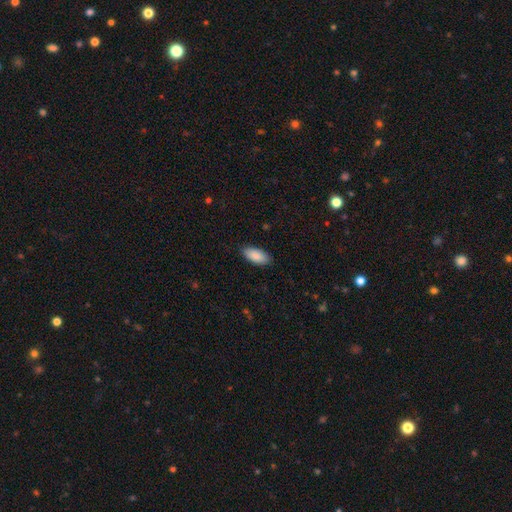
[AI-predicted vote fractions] Smooth or featured? Predicted: smooth (p=0.90). How rounded? Predicted: in between (p=0.88). Merging? Predicted: none (p=0.88).